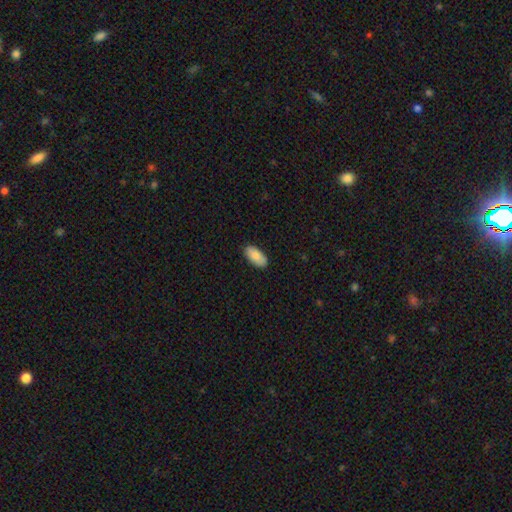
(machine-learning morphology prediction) smooth_or_featured: smooth (p=0.85) [alt: featured or disk p=0.09]
how_rounded: in between (p=0.94) [alt: cigar-shaped p=0.04]
merging: none (p=0.89) [alt: minor disturbance p=0.09]